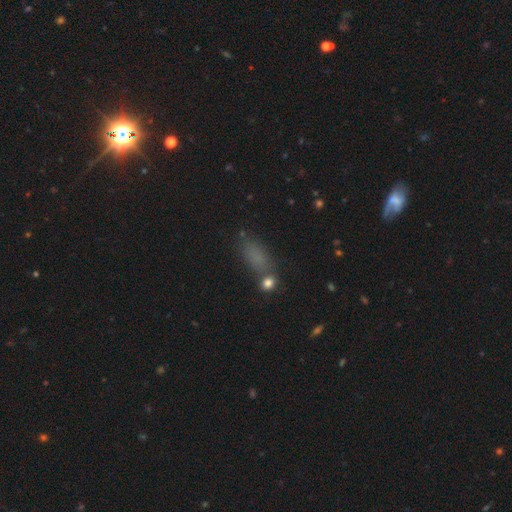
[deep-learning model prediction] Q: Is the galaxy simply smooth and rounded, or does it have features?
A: smooth — 75%.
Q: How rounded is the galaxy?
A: in between — 74%.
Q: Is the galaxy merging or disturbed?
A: none — 63%.